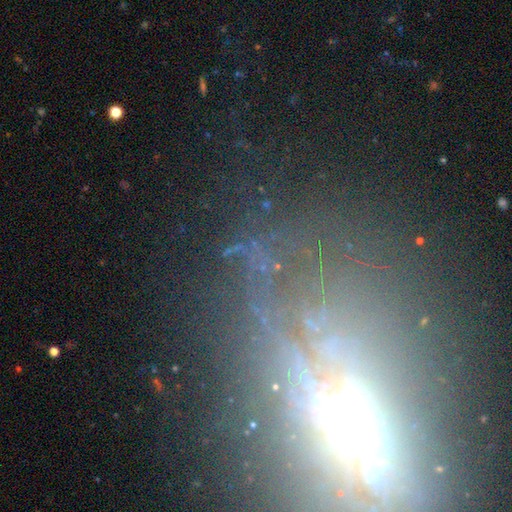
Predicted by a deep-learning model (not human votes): Smooth or featured?
  - star or artifact: 56% *
  - featured or disk: 28%
  - smooth: 16%